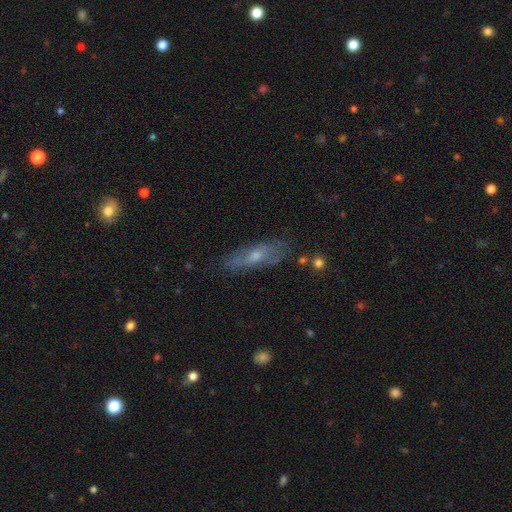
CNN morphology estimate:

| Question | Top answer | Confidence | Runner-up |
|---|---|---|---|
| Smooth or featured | featured or disk | 47% | smooth (45%) |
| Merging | none | 75% | minor disturbance (18%) |